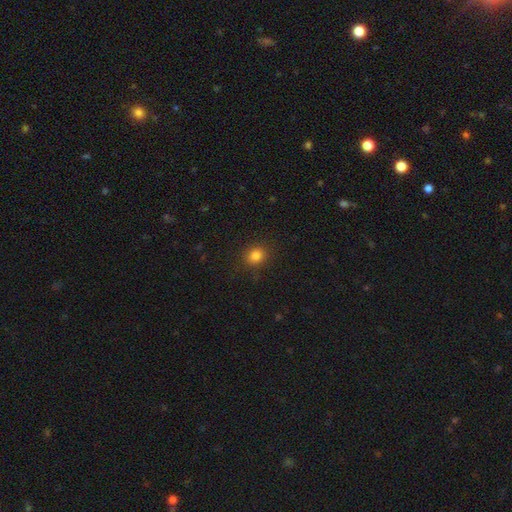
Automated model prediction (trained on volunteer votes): This is clearly a smooth galaxy (82%). How rounded: likely round (76%). Merging: clearly none (89%).